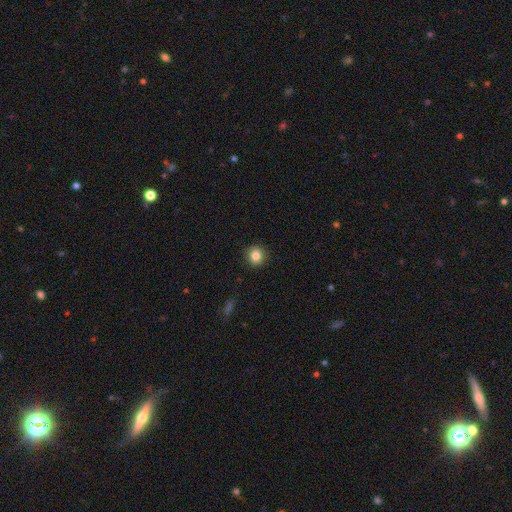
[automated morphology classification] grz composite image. It shows a smooth galaxy with no disk features (84%) that is round (87%). Merging: none (90%).